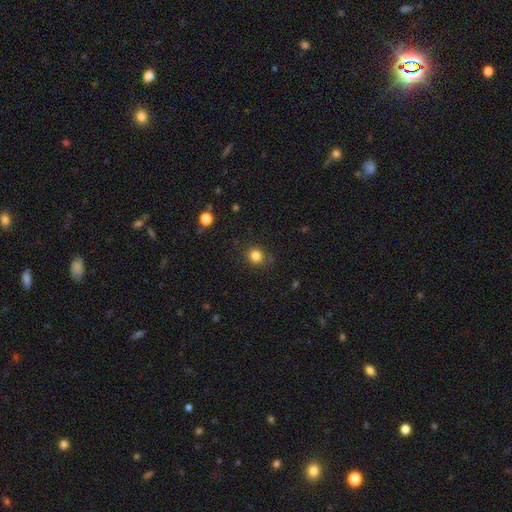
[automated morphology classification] smooth_or_featured: smooth (p=0.83) [alt: star or artifact p=0.13]
how_rounded: round (p=0.86) [alt: in between p=0.13]
merging: none (p=0.84) [alt: minor disturbance p=0.11]